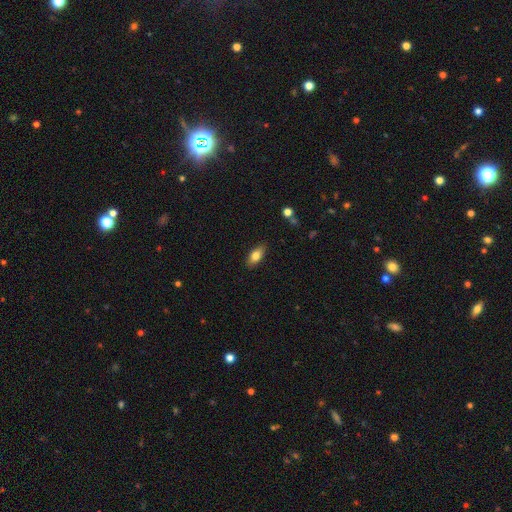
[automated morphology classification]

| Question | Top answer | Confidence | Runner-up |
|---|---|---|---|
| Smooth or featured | smooth | 79% | featured or disk (14%) |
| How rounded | in between | 87% | cigar-shaped (8%) |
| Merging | none | 87% | minor disturbance (10%) |